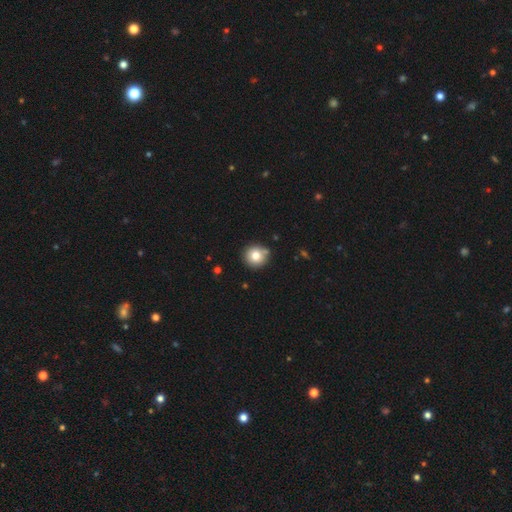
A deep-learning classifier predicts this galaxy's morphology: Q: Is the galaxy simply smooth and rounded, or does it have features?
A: smooth — 79%.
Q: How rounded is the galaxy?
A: round — 94%.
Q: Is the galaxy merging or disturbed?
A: none — 81%.